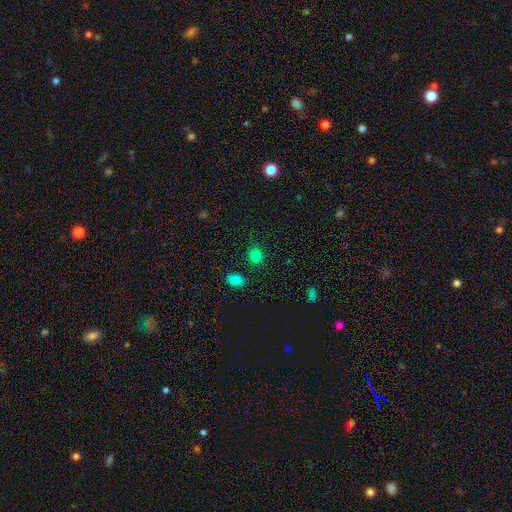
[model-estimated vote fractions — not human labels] A smooth galaxy with no disk features (83%) that is round (65%). Merging: none (84%).